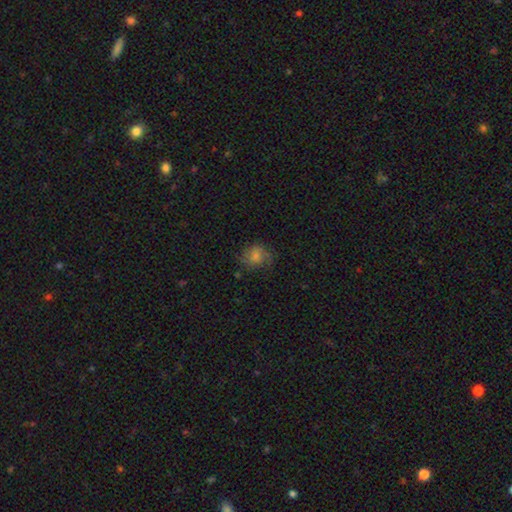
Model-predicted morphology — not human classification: Smooth or featured? smooth (55%)
How rounded? round (69%)
Merging? none (66%)